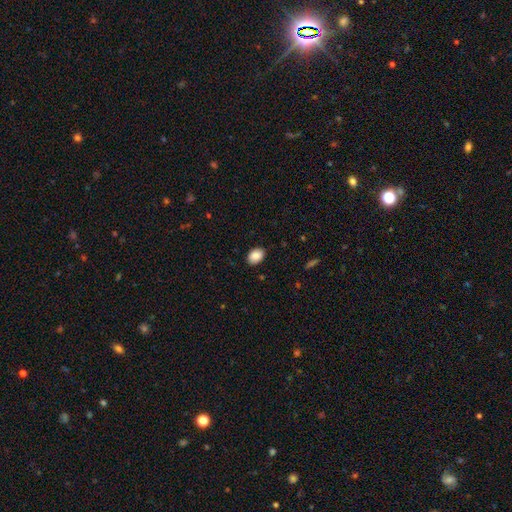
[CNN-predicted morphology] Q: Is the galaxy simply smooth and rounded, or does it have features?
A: smooth — 88%.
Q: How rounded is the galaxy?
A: in between — 80%.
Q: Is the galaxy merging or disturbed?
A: none — 89%.